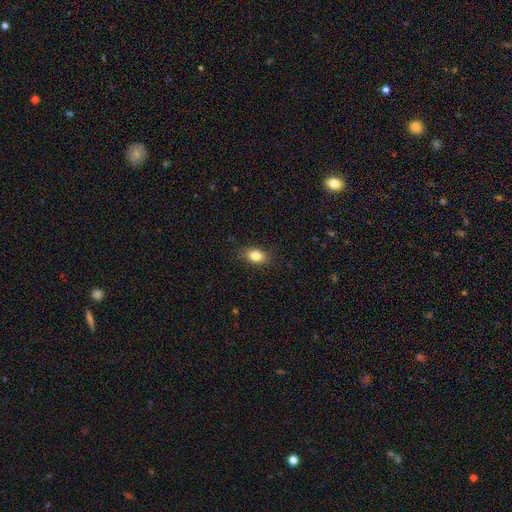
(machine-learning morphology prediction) Smooth or featured? Predicted: smooth (p=0.83). How rounded? Predicted: in between (p=0.78). Merging? Predicted: none (p=0.86).